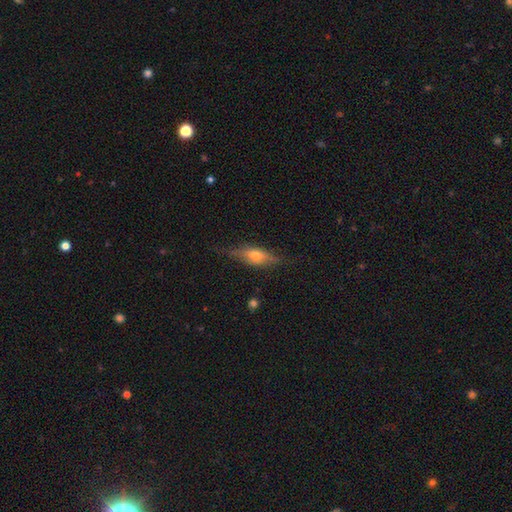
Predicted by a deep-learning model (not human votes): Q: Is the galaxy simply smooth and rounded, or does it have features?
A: featured or disk — 50%.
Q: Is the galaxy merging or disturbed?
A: none — 75%.